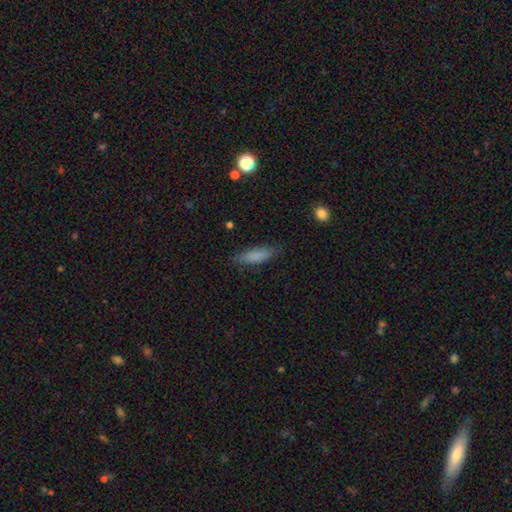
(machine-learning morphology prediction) A smooth galaxy with no disk features (81%) that is cigar-shaped (57%).

Vote fractions:
- Smooth or featured? smooth: 81% / featured or disk: 11% / star or artifact: 7%
- How rounded? cigar-shaped: 57% / in between: 41% / round: 2%
- Merging? none: 80% / minor disturbance: 16% / major disturbance: 3% / merger: 1%